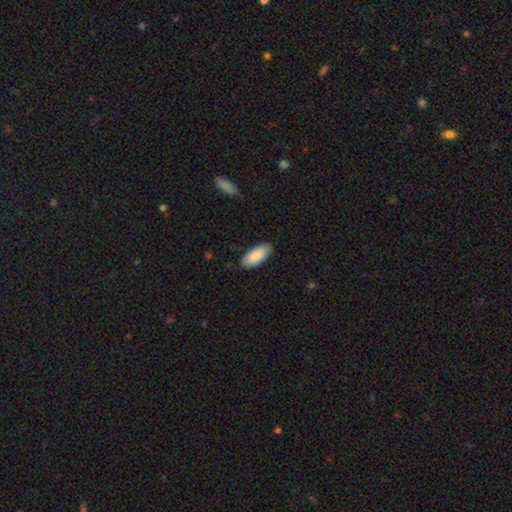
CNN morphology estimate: smooth_or_featured: smooth (p=0.90) [alt: featured or disk p=0.05]
how_rounded: in between (p=0.85) [alt: cigar-shaped p=0.14]
merging: none (p=0.88) [alt: minor disturbance p=0.09]